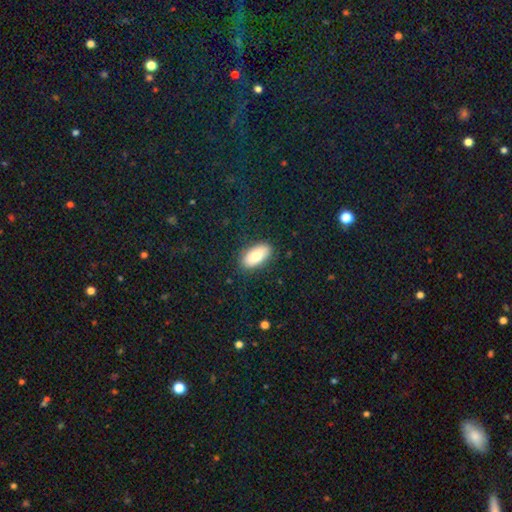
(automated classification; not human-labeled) Q: Smooth or featured?
A: smooth (81%); runner-up: featured or disk (12%)
Q: How rounded?
A: in between (92%); runner-up: cigar-shaped (6%)
Q: Merging?
A: none (85%); runner-up: minor disturbance (10%)